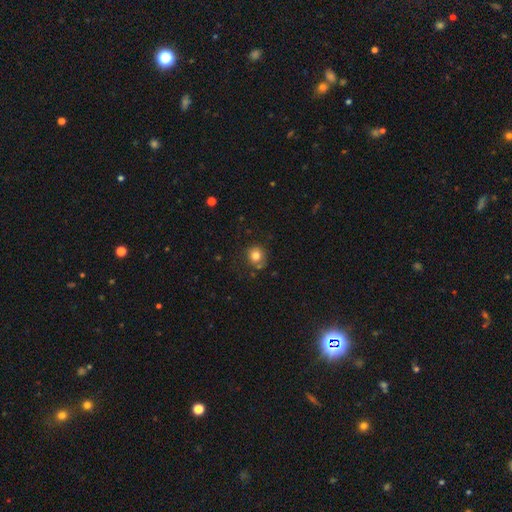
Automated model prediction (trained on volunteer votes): Overall: smooth (79%). How rounded: round (86%). Merging: none (73%).